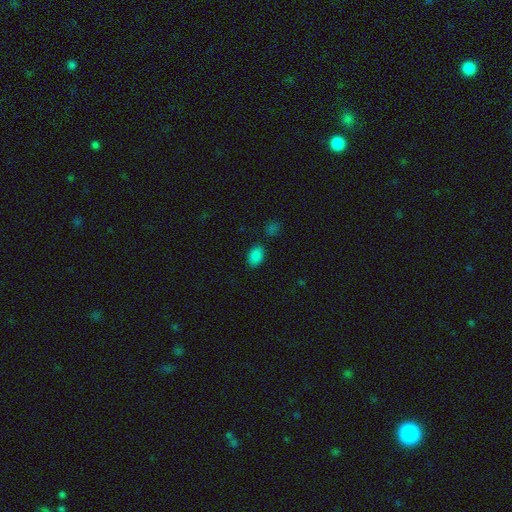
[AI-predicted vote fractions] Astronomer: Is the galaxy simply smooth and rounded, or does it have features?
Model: smooth — 85%.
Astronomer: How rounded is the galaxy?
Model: in between — 88%.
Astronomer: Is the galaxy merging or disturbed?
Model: none — 79%.